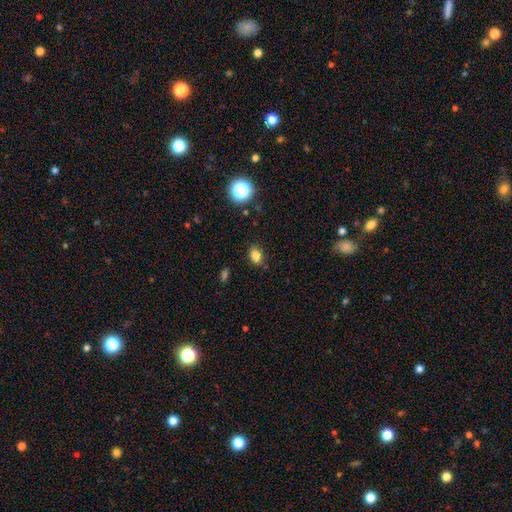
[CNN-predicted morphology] smooth_or_featured: smooth (p=0.82) [alt: star or artifact p=0.13]
how_rounded: in between (p=0.73) [alt: round p=0.26]
merging: none (p=0.84) [alt: minor disturbance p=0.11]